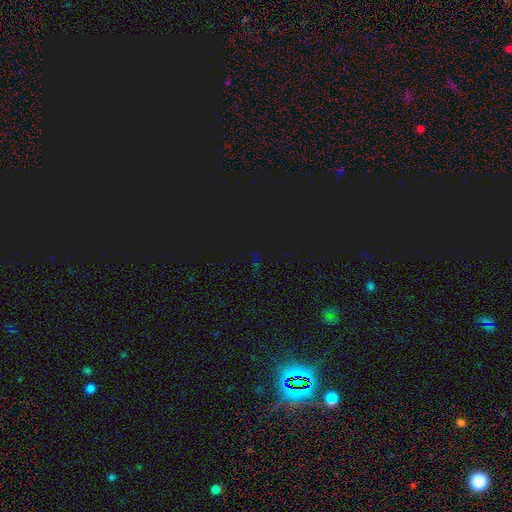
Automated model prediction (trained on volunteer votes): A star or artifact, not a galaxy (77%).

Vote fractions:
- Smooth or featured? star or artifact: 77% / smooth: 15% / featured or disk: 7%